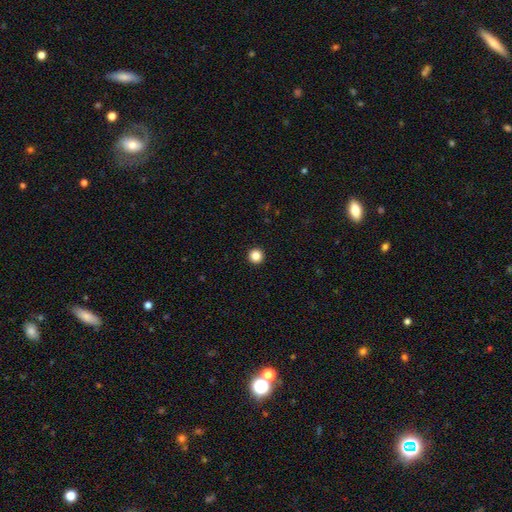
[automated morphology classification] This is clearly a smooth galaxy (86%). How rounded: clearly round (97%). Merging: clearly none (94%).